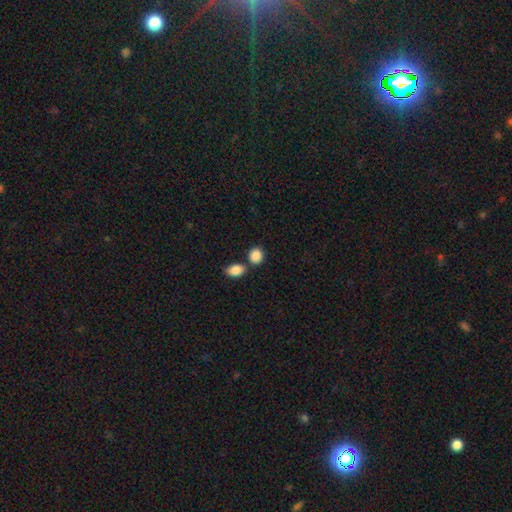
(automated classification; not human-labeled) The model was most divided on "how rounded": round: 54%, in between: 44%, cigar-shaped: 1%. More confident: smooth or featured — smooth (88%); merging — none (63%).